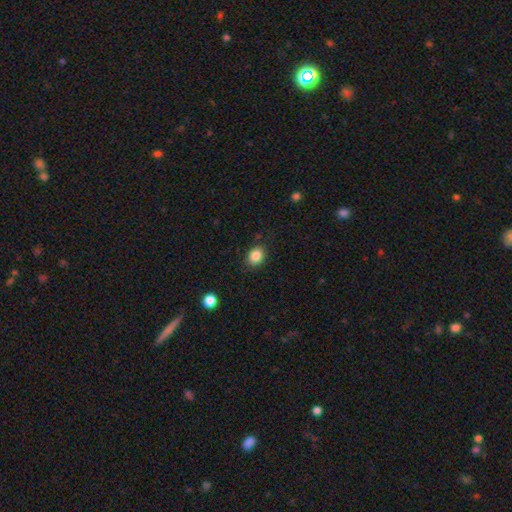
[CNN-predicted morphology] smooth_or_featured: smooth (p=0.85) [alt: star or artifact p=0.10]
how_rounded: in between (p=0.51) [alt: round p=0.48]
merging: none (p=0.84) [alt: minor disturbance p=0.12]